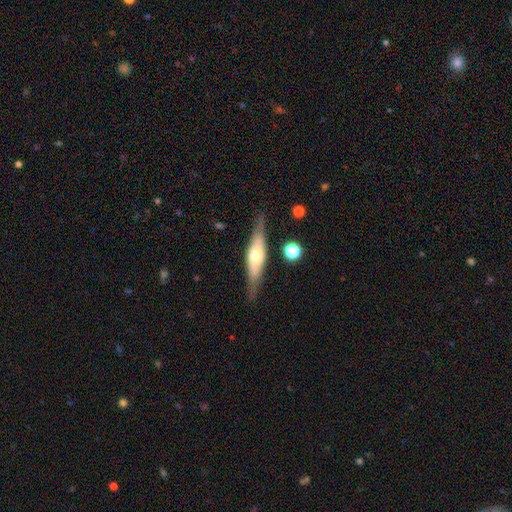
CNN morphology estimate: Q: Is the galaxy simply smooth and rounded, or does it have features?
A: featured or disk — 63%.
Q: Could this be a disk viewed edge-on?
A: yes — 91%.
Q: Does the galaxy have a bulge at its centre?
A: rounded — 82%.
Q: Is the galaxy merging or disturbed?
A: none — 82%.